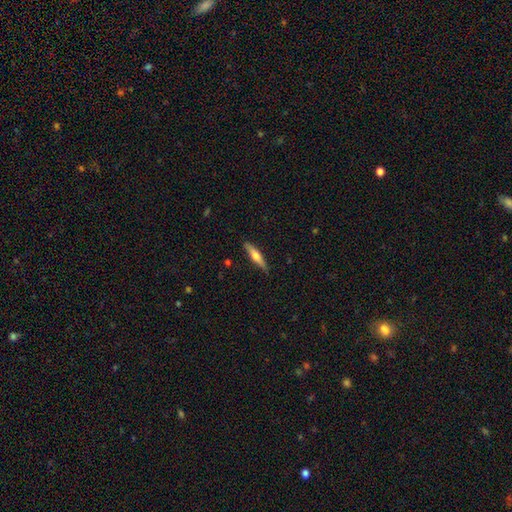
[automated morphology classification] Overall: smooth (55%; featured or disk 39%). How rounded: cigar-shaped (84%). Merging: none (86%).